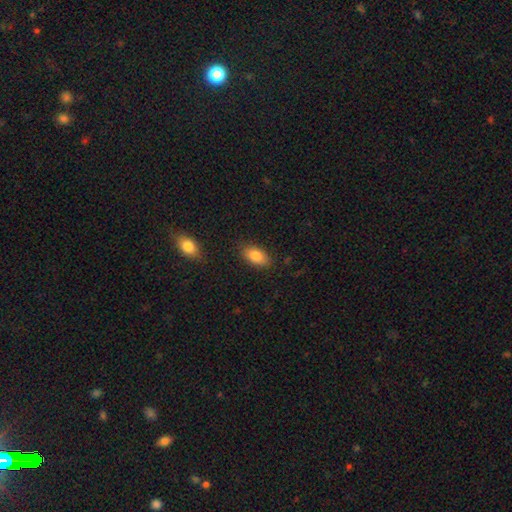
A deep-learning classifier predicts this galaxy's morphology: A smooth galaxy with no disk features (83%) that is in between round and cigar-shaped (91%).

Vote fractions:
- Smooth or featured? smooth: 83% / featured or disk: 10% / star or artifact: 8%
- How rounded? in between: 91% / round: 5% / cigar-shaped: 3%
- Merging? none: 85% / minor disturbance: 11% / major disturbance: 3% / merger: 2%